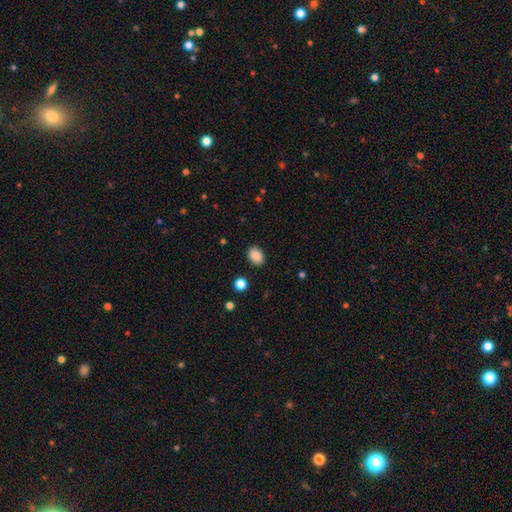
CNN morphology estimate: type=smooth (89%); roundness=in between (79%); merging=none (88%).